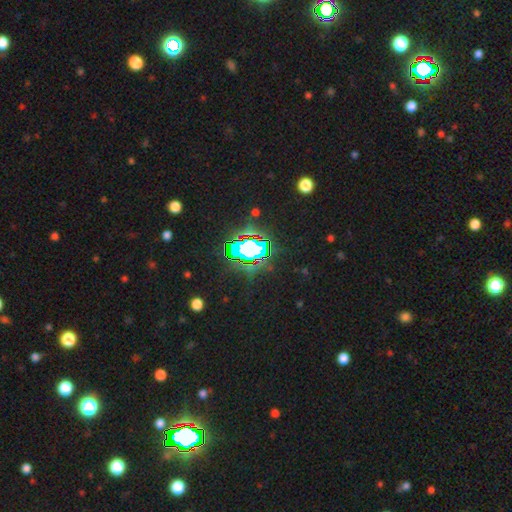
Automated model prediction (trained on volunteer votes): This appears to be a star or artifact, not a galaxy (80%).